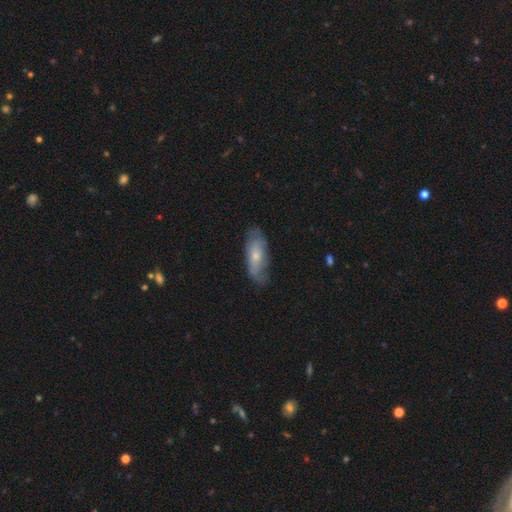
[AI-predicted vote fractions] smooth-or-featured: smooth: 51% | featured or disk: 42% | star or artifact: 6%
  how-rounded: in between: 74% | cigar-shaped: 23% | round: 3%
  merging: none: 65% | minor disturbance: 26% | major disturbance: 8% | merger: 2%